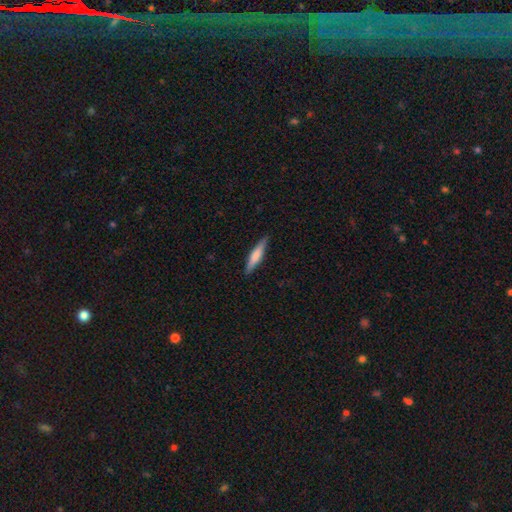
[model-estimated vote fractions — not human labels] Smooth or featured?
  - smooth: 61% *
  - featured or disk: 33%
  - star or artifact: 6%
How rounded?
  - cigar-shaped: 86% *
  - in between: 12%
  - round: 1%
Merging?
  - none: 87% *
  - minor disturbance: 10%
  - major disturbance: 2%
  - merger: 1%